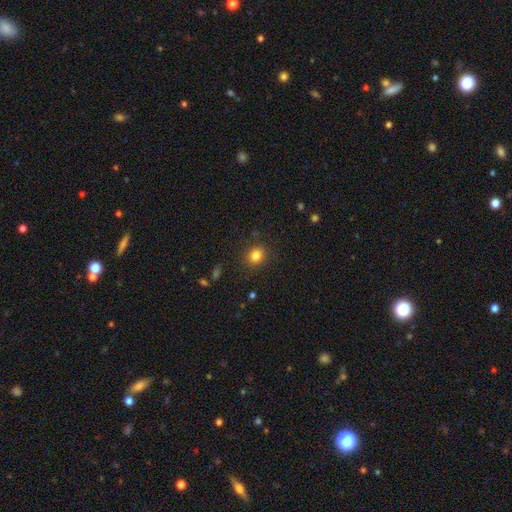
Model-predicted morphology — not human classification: This is clearly a smooth galaxy (82%). How rounded: likely round (69%). Merging: clearly none (88%).